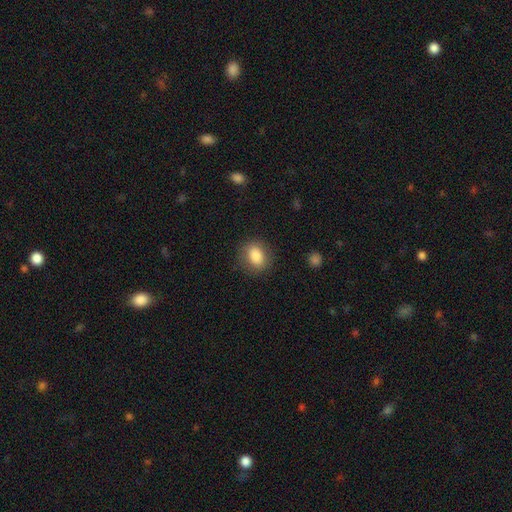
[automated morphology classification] Smooth or featured? Predicted: smooth (p=0.85). How rounded? Predicted: in between (p=0.53). Merging? Predicted: none (p=0.83).